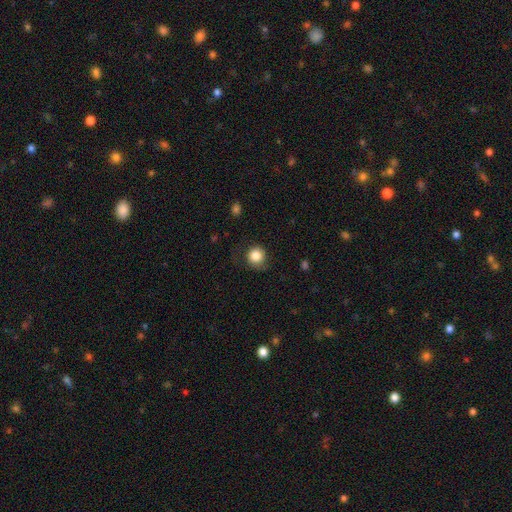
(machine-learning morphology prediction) Smooth or featured? smooth (84%)
How rounded? round (90%)
Merging? none (73%)